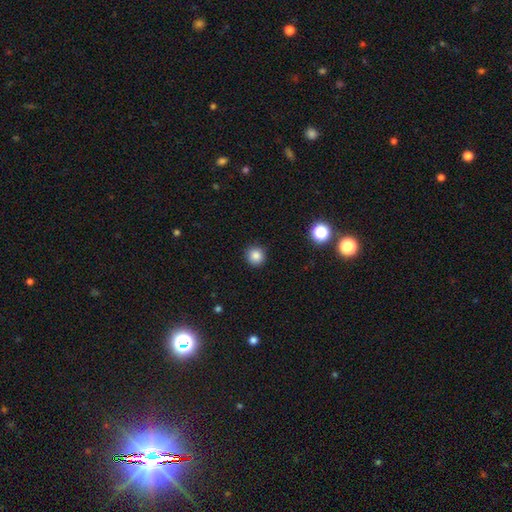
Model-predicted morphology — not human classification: Overall: smooth (84%). How rounded: round (93%). Merging: none (90%).